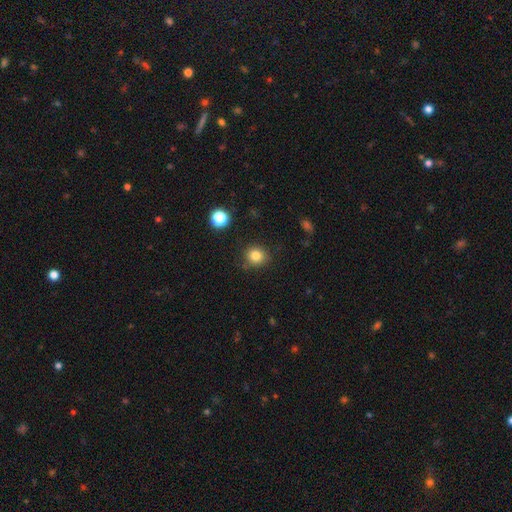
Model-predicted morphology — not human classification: Smooth or featured: smooth — 82% (star or artifact — 12%)
How rounded: round — 88% (in between — 11%)
Merging: none — 86% (minor disturbance — 10%)